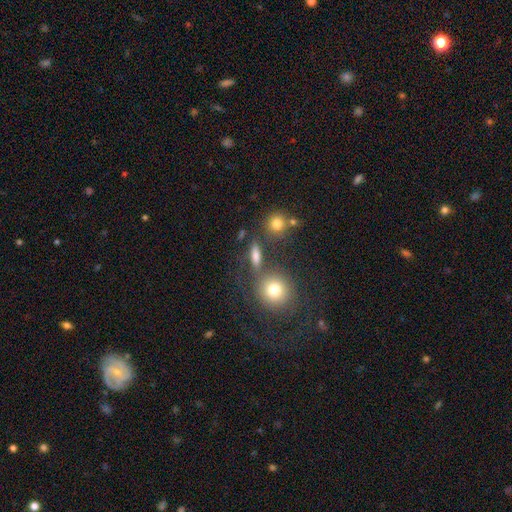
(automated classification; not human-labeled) Smooth or featured? Predicted: smooth (p=0.70). How rounded? Predicted: in between (p=0.47). Merging? Predicted: none (p=0.65).